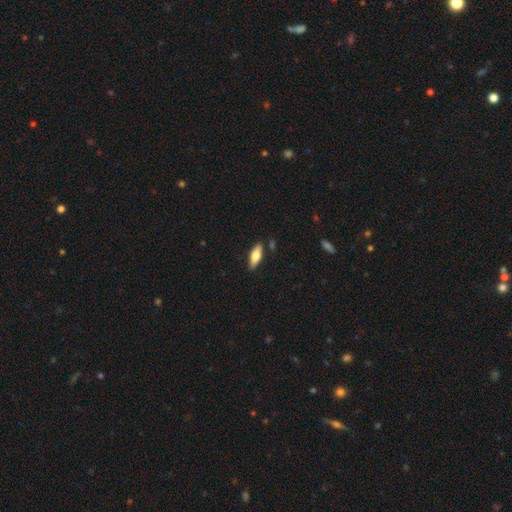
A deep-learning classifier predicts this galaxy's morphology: smooth 61%, featured or disk 33%, star or artifact 6%. Down the decision tree: how rounded — in between (65%); merging — none (85%).